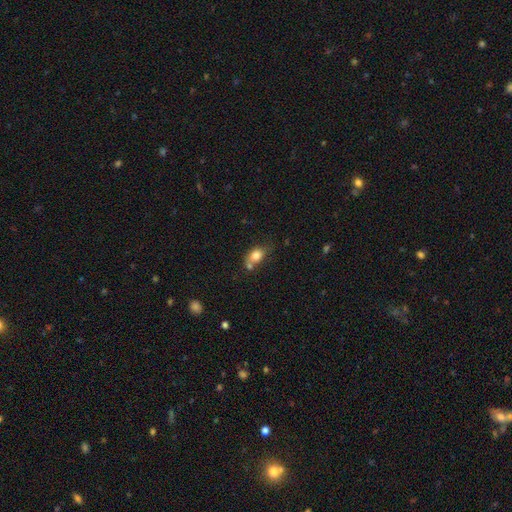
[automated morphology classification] type=smooth (80%); roundness=in between (62%); merging=none (47%).